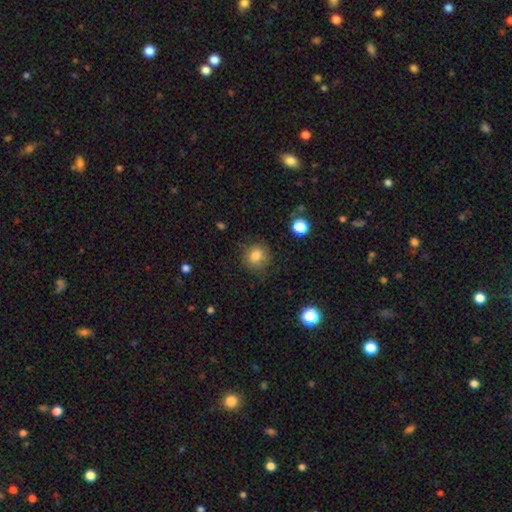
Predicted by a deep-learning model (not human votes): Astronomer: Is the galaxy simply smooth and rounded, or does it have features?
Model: smooth — 80%.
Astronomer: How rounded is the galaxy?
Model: round — 85%.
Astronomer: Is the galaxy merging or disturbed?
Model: none — 80%.